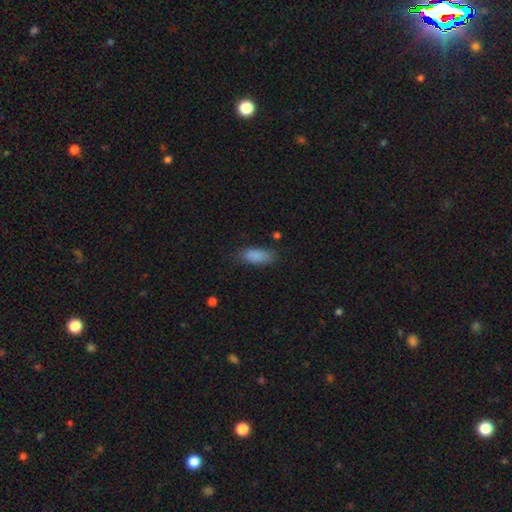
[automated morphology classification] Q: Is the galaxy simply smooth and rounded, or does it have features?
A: smooth — 87%.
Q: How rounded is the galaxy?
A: in between — 82%.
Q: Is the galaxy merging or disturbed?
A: none — 76%.